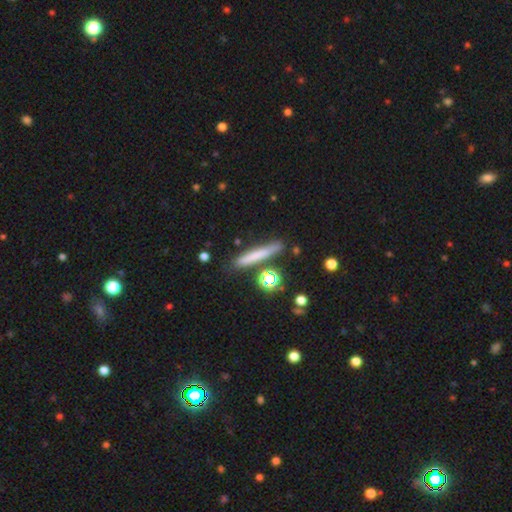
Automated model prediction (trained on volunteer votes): The model was most divided on "smooth or featured": smooth: 65%, featured or disk: 24%, star or artifact: 11%. More confident: how rounded — cigar-shaped (89%); merging — none (80%).